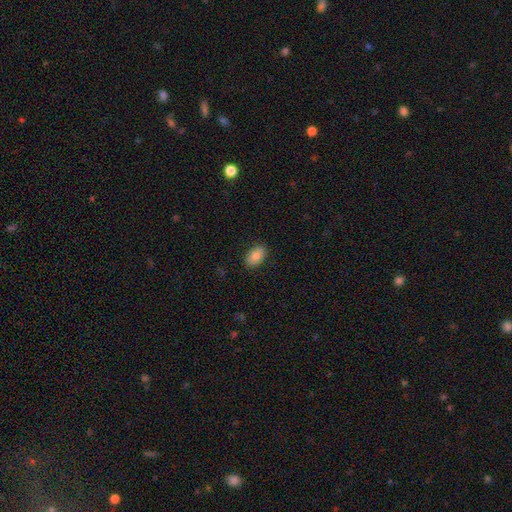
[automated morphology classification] Smooth or featured: smooth — 83% (featured or disk — 10%)
How rounded: in between — 89% (round — 10%)
Merging: none — 88% (minor disturbance — 9%)